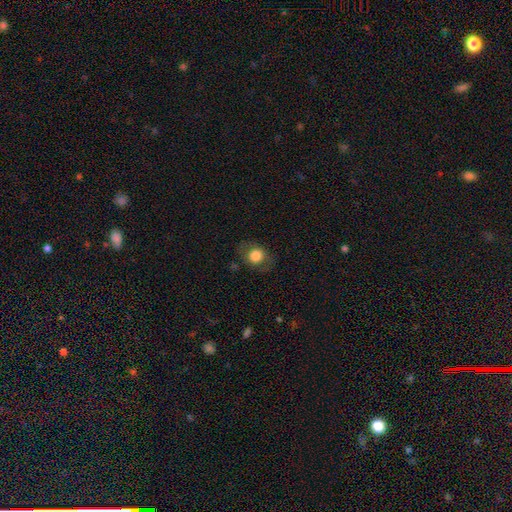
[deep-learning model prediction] Overall: smooth (76%). How rounded: round (67%; in between 32%). Merging: none (77%).